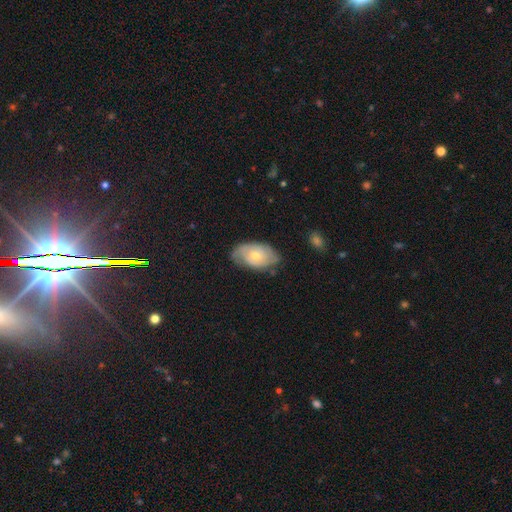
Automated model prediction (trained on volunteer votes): The model was most divided on "smooth or featured": featured or disk: 51%, smooth: 43%, star or artifact: 6%. More confident: edge-on disk — no (93%); merging — none (64%).